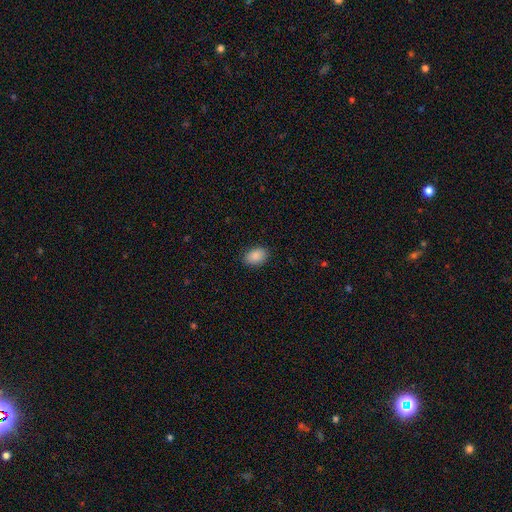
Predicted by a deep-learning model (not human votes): A smooth galaxy with no disk features (89%) that is in between round and cigar-shaped (87%). Merging: none (88%).